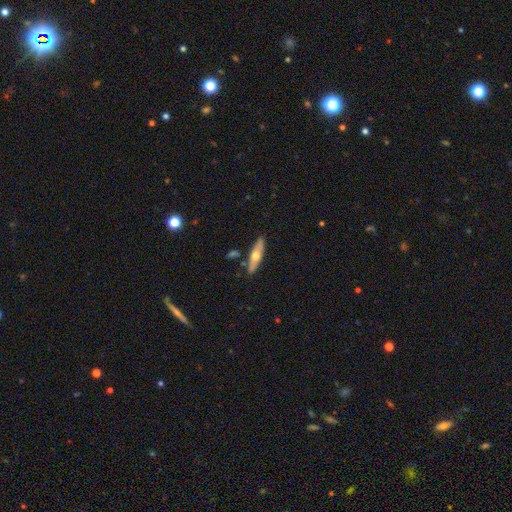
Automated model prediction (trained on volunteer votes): This is possibly a featured or disk galaxy (47%, tied with smooth). Merging: clearly none (84%).